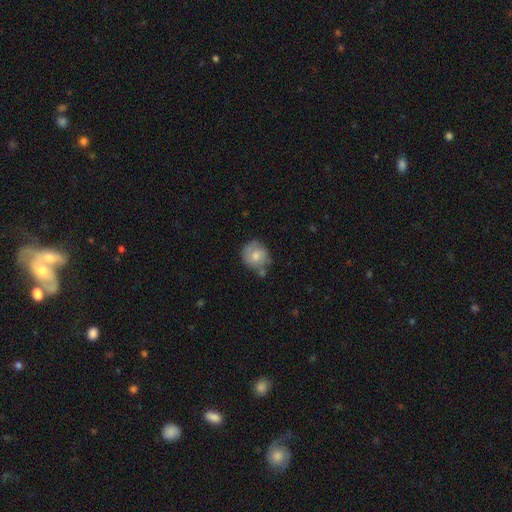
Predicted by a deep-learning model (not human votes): This is likely a smooth galaxy (70%). How rounded: clearly round (84%). Merging: likely none (62%).